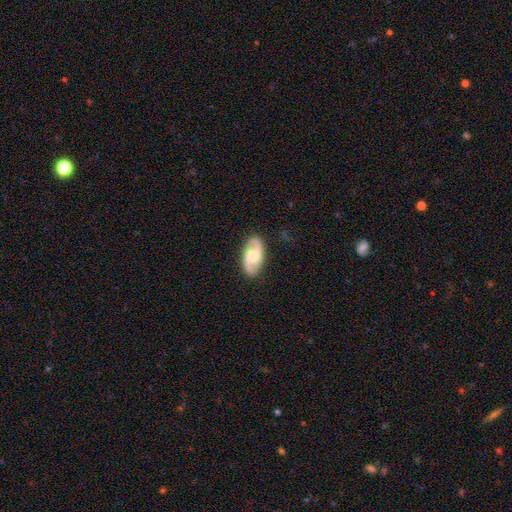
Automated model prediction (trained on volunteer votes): Q: Smooth or featured?
A: featured or disk (73%); runner-up: smooth (21%)
Q: Edge-on disk?
A: no (94%); runner-up: yes (6%)
Q: Bar?
A: no (45%); runner-up: weak (43%)
Q: Spiral arms?
A: yes (93%); runner-up: no (7%)
Q: Spiral winding?
A: medium (47%); runner-up: loose (35%)
Q: Spiral arm count?
A: 2 (91%); runner-up: can't tell (4%)
Q: Bulge size?
A: moderate (51%); runner-up: large (25%)
Q: Merging?
A: none (85%); runner-up: minor disturbance (11%)